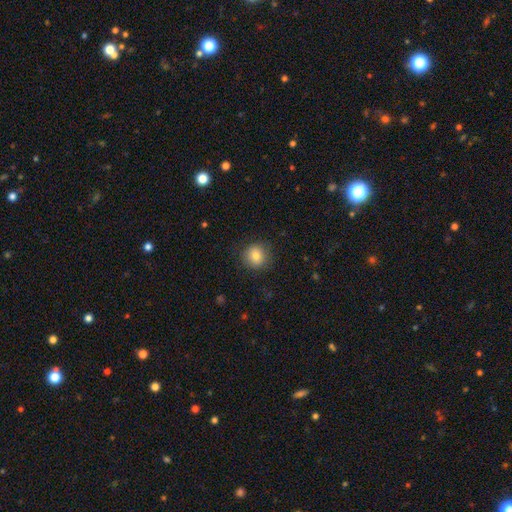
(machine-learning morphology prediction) Overall: smooth (80%). How rounded: round (89%). Merging: none (86%).